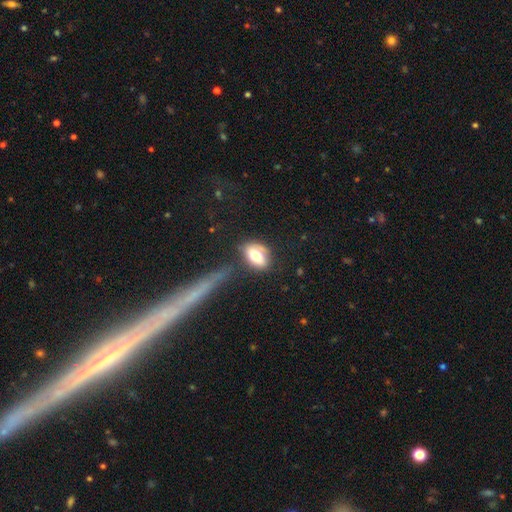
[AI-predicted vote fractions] Q: Smooth or featured?
A: smooth (71%); runner-up: featured or disk (21%)
Q: How rounded?
A: in between (84%); runner-up: round (12%)
Q: Merging?
A: none (55%); runner-up: minor disturbance (22%)